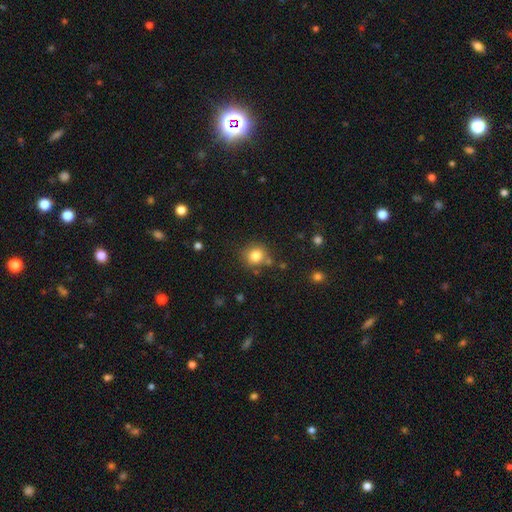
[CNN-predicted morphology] A smooth galaxy with no disk features (81%) that is round (87%). Merging: none (78%).